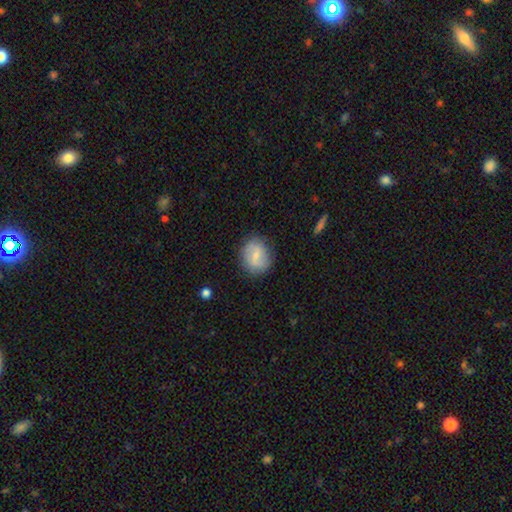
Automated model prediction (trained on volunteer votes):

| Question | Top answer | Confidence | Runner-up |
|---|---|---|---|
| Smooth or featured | smooth | 55% | featured or disk (37%) |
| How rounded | round | 66% | in between (33%) |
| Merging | none | 82% | minor disturbance (13%) |